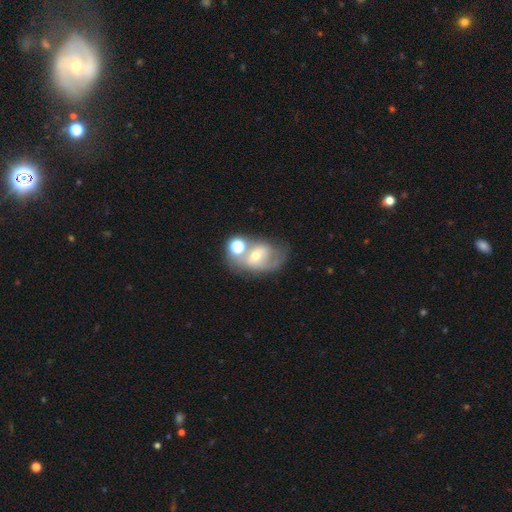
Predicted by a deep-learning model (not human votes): This appears to be a featured or disk galaxy (56%) with no bar (43%), spiral arms (61%) and a moderate central bulge (55%). Merging: none (38%).